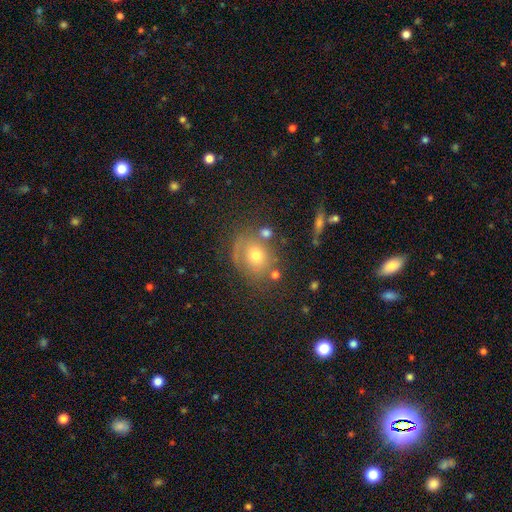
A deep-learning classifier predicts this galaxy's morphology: smooth 55%, featured or disk 31%, star or artifact 14%. Down the decision tree: how rounded — round (57%); merging — none (62%).